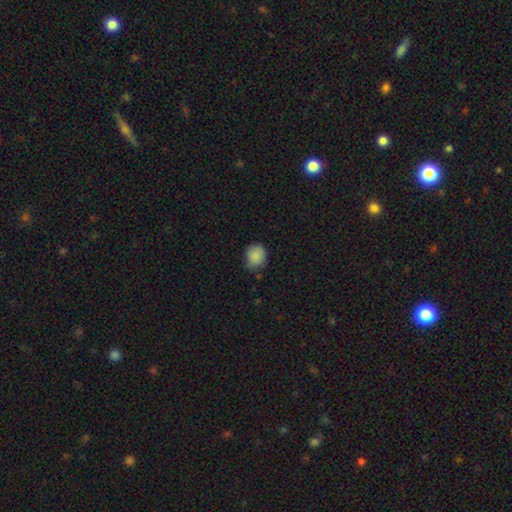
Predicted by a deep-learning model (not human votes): Morphology: type=smooth (87%); roundness=round (72%); merging=none (71%).